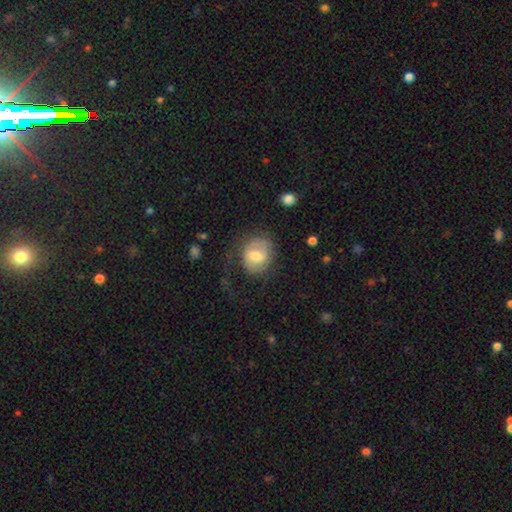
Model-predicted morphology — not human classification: Smooth or featured? featured or disk (46%, tied with smooth)
Merging? none (56%)